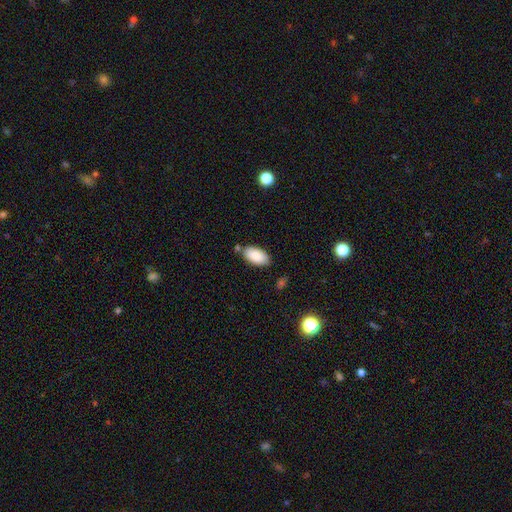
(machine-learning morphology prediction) A smooth galaxy with no disk features (88%) that is in between round and cigar-shaped (96%).

Vote fractions:
- Smooth or featured? smooth: 88% / star or artifact: 6% / featured or disk: 6%
- How rounded? in between: 96% / round: 2% / cigar-shaped: 2%
- Merging? none: 78% / minor disturbance: 14% / merger: 6% / major disturbance: 3%